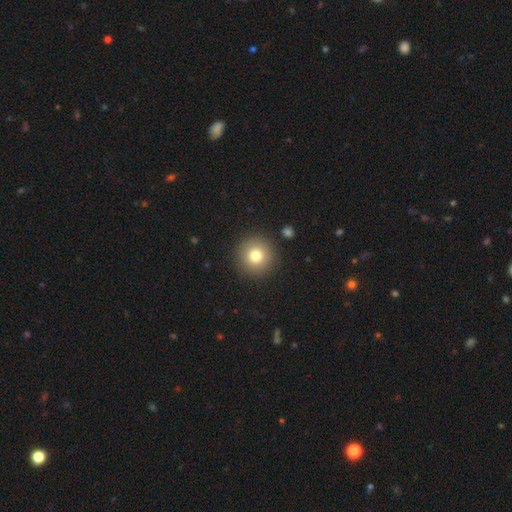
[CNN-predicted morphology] smooth-or-featured: smooth: 77% | featured or disk: 11% | star or artifact: 11%
  how-rounded: round: 96% | in between: 3% | cigar-shaped: 1%
  merging: none: 90% | minor disturbance: 6% | major disturbance: 2% | merger: 2%